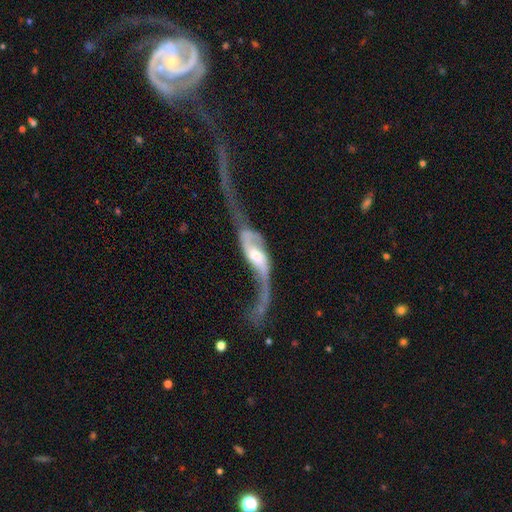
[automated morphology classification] Overall: featured or disk (82%). Edge-on disk: no (87%). Bar: no (40%; weak 38%). Spiral arms: yes (87%). Spiral arm count: 2 (85%). Spiral winding: loose (90%). Bulge size: moderate (56%; small 24%). Merging: major disturbance (50%; none 23%).